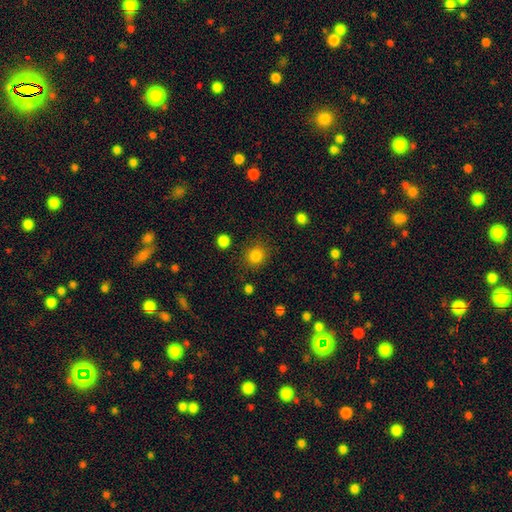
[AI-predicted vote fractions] A smooth galaxy with no disk features (84%) that is round (85%).

Vote fractions:
- Smooth or featured? smooth: 84% / star or artifact: 12% / featured or disk: 4%
- How rounded? round: 85% / in between: 14% / cigar-shaped: 1%
- Merging? none: 86% / minor disturbance: 8% / major disturbance: 3% / merger: 2%